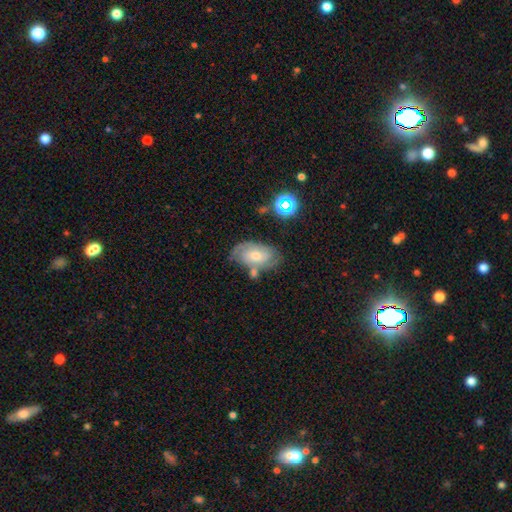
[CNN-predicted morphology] featured or disk 61%, smooth 28%, star or artifact 11%. Down the decision tree: edge-on disk — no (95%); bar — no (67%); spiral arms — yes (85%); bulge size — moderate (55%); merging — none (63%).